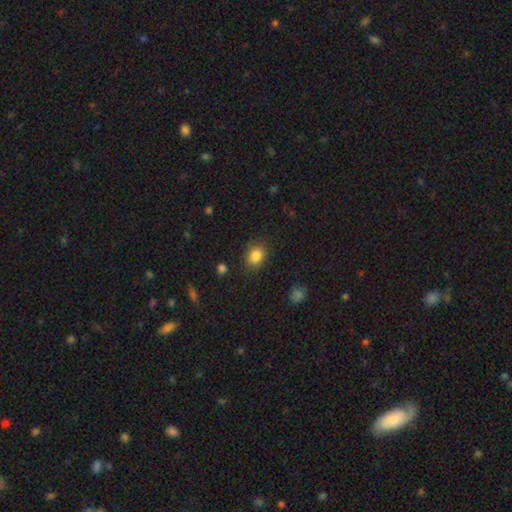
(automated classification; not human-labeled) smooth-or-featured: smooth: 85% | star or artifact: 10% | featured or disk: 5%
  how-rounded: in between: 52% | round: 46% | cigar-shaped: 1%
  merging: none: 84% | minor disturbance: 11% | major disturbance: 3% | merger: 2%